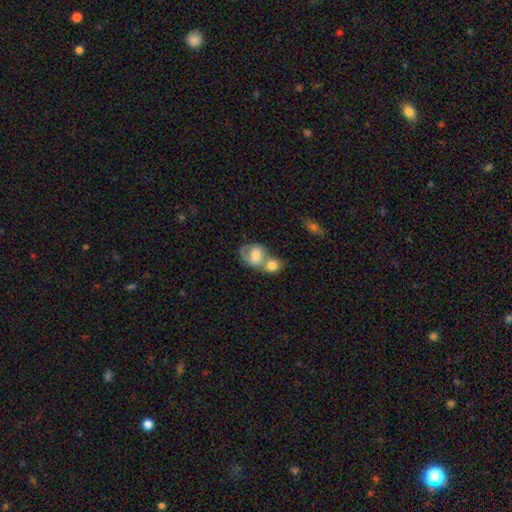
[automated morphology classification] smooth 66%, featured or disk 26%, star or artifact 7%. Down the decision tree: how rounded — in between (54%); merging — merger (70%).